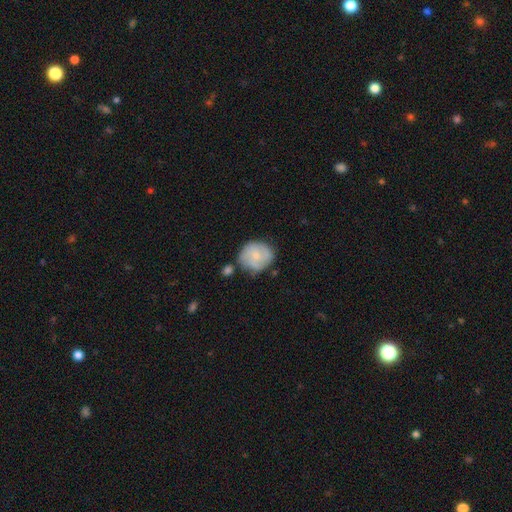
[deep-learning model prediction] A smooth galaxy with no disk features (55%) that is round (78%). Merging: none (57%).